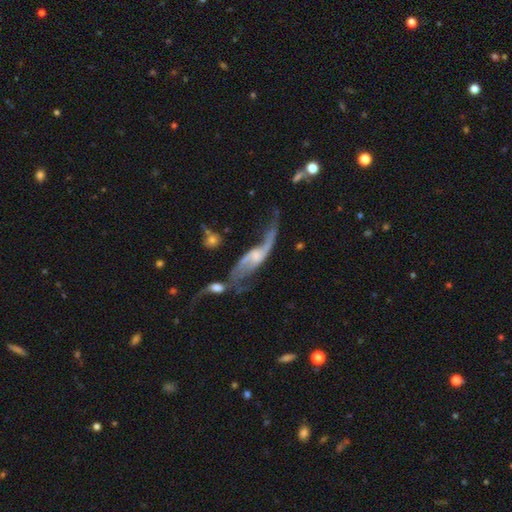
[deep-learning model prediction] Smooth or featured? featured or disk (81%)
Edge-on disk? no (82%)
Bar? no (43%)
Spiral arms? yes (88%)
Spiral winding? loose (84%)
Spiral arm count? 2 (86%)
Bulge size? small (43%)
Merging? merger (33%)